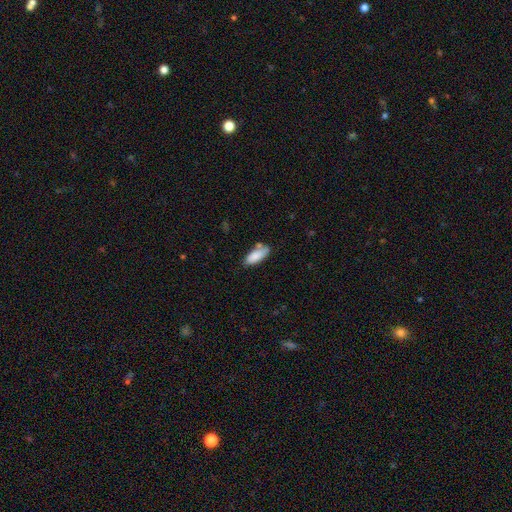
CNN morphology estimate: Overall: smooth (85%). How rounded: in between (77%). Merging: none (62%; minor disturbance 24%).